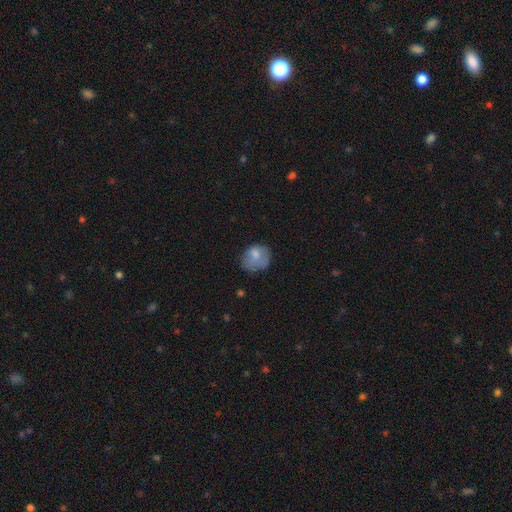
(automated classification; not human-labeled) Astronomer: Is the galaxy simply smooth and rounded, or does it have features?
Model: smooth — 74%.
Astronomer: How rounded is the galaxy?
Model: round — 57% (runner-up: in between, 42%).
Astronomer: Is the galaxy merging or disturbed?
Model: none — 47% (runner-up: minor disturbance, 32%).